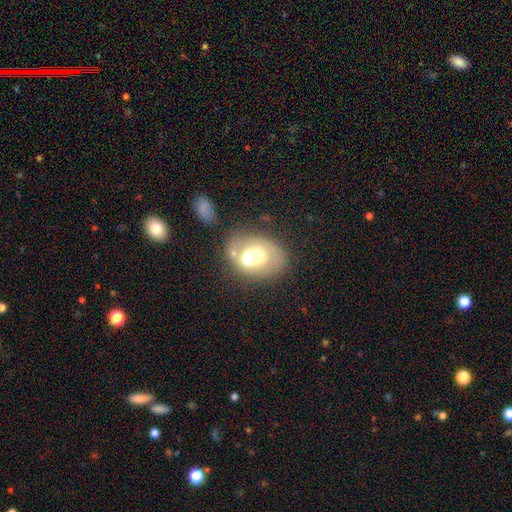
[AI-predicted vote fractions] Smooth or featured: smooth — 51% (featured or disk — 38%)
How rounded: in between — 59% (round — 40%)
Merging: none — 45% (merger — 33%)